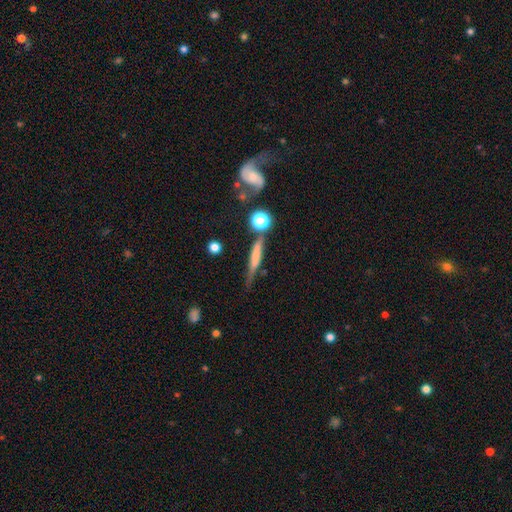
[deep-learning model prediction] Morphology: type=smooth (47%); merging=none (62%).